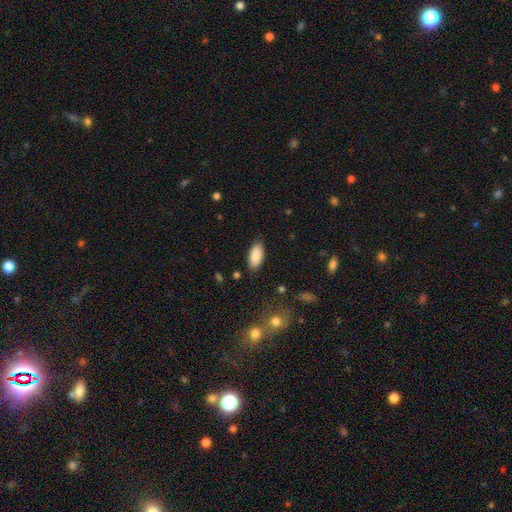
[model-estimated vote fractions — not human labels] Smooth or featured: smooth — 88% (star or artifact — 7%)
How rounded: in between — 90% (cigar-shaped — 8%)
Merging: none — 87% (minor disturbance — 10%)